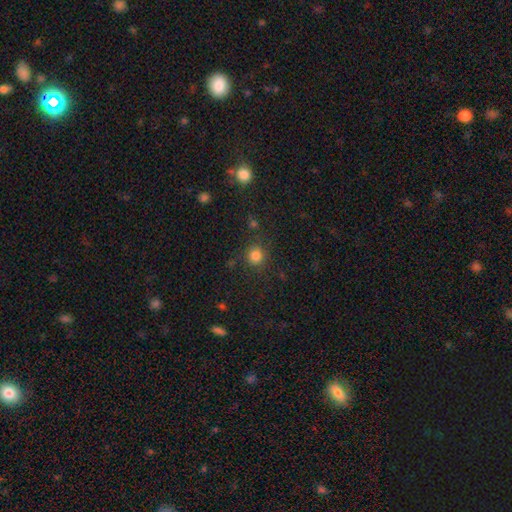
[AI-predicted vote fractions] Smooth or featured?
  - smooth: 81% *
  - star or artifact: 14%
  - featured or disk: 5%
How rounded?
  - round: 90% *
  - in between: 9%
  - cigar-shaped: 1%
Merging?
  - none: 83% *
  - minor disturbance: 10%
  - major disturbance: 4%
  - merger: 3%